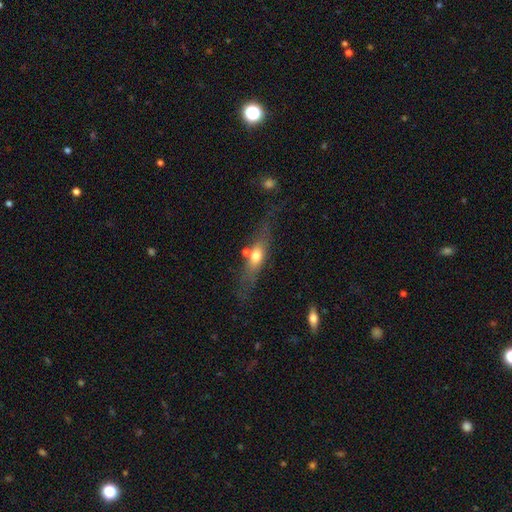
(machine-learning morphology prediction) type=smooth (50%); roundness=in between (48%); merging=none (53%).